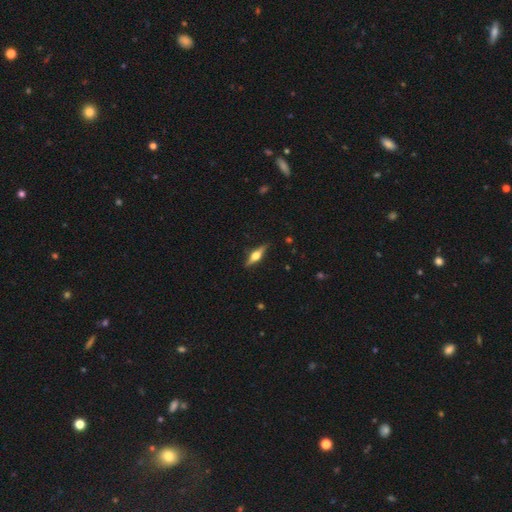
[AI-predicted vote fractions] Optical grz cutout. It shows a featured or disk galaxy (71%) viewed edge-on (97%) with a rounded central bulge (94%). Merging: none (89%).